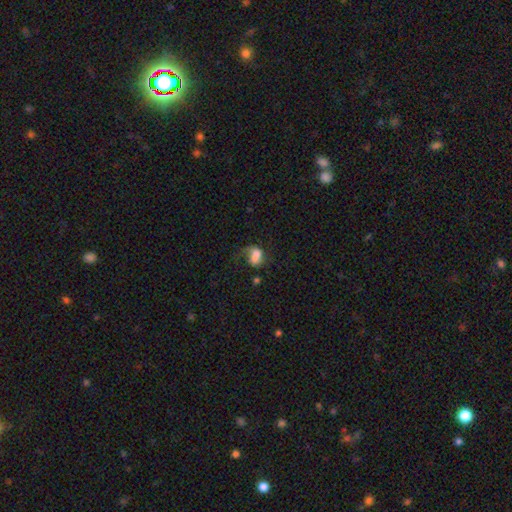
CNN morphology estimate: Smooth or featured: smooth — 58% (featured or disk — 31%)
How rounded: in between — 76% (round — 22%)
Merging: major disturbance — 42% (none — 30%)